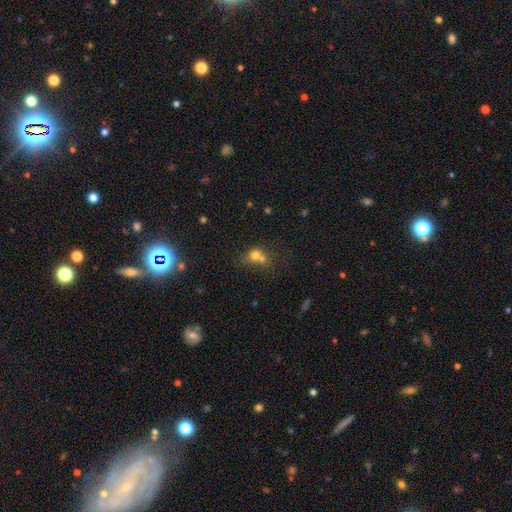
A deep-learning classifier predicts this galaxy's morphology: This is likely a smooth galaxy (69%). How rounded: likely round (72%). Merging: possibly merger (59%).